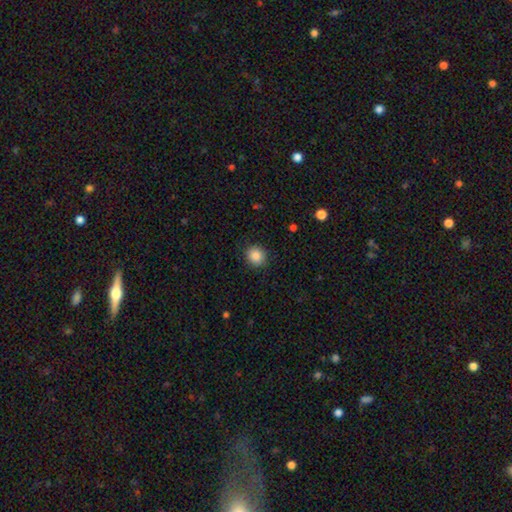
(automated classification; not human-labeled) A smooth galaxy with no disk features (88%) that is round (87%). Merging: none (88%).